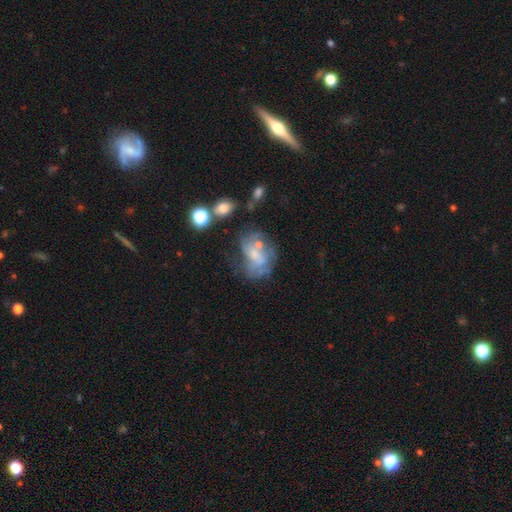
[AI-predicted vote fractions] smooth_or_featured: featured or disk (p=0.57) [alt: smooth p=0.30]
disk_edge_on: no (p=0.97) [alt: yes p=0.03]
bar: no (p=0.69) [alt: weak p=0.25]
has_spiral_arms: no (p=0.60) [alt: yes p=0.40]
bulge_size: small (p=0.37) [alt: moderate p=0.29]
merging: none (p=0.33) [alt: major disturbance p=0.29]